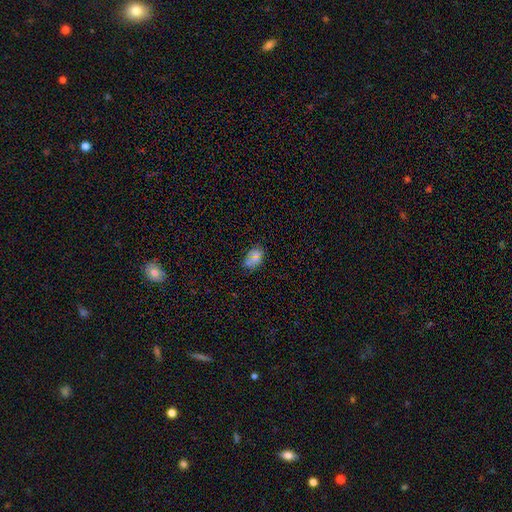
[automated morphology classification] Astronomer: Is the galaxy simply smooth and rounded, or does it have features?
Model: smooth — 69%.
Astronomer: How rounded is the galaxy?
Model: in between — 85%.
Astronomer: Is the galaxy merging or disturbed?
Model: none — 60%.